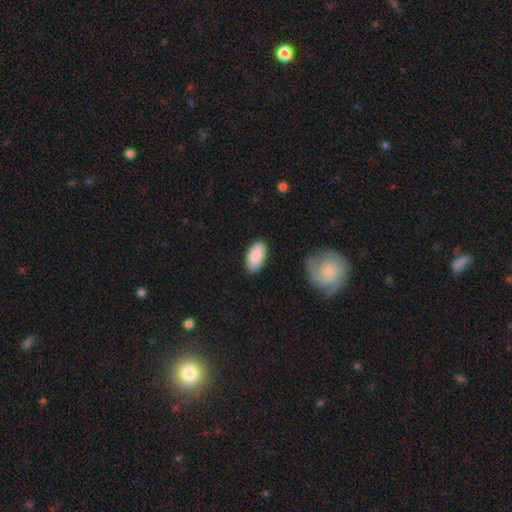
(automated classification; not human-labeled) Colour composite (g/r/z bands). It shows a smooth galaxy with no disk features (88%) that is in between round and cigar-shaped (94%). Merging: none (84%).